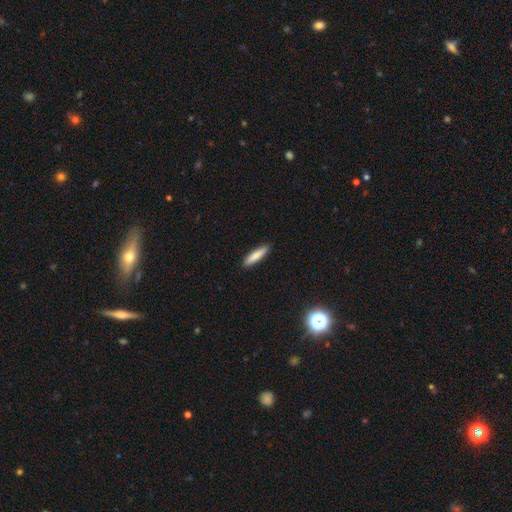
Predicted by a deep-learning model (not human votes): smooth 81%, featured or disk 13%, star or artifact 6%. Down the decision tree: how rounded — cigar-shaped (81%); merging — none (91%).